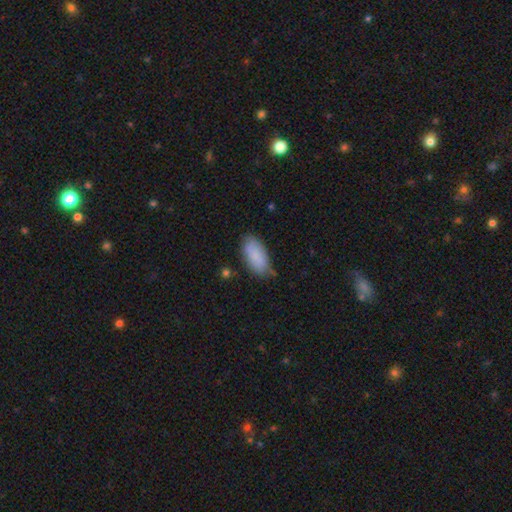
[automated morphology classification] Q: Smooth or featured?
A: smooth (85%); runner-up: featured or disk (9%)
Q: How rounded?
A: in between (92%); runner-up: cigar-shaped (7%)
Q: Merging?
A: none (69%); runner-up: minor disturbance (25%)